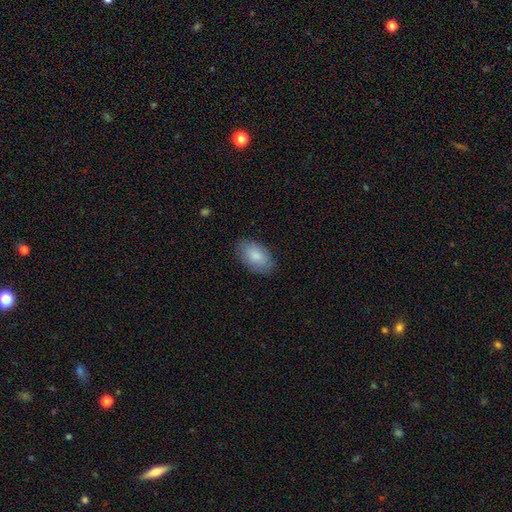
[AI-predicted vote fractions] This appears to be a smooth galaxy with no disk features (85%) that is in between round and cigar-shaped (93%). Merging: none (84%).